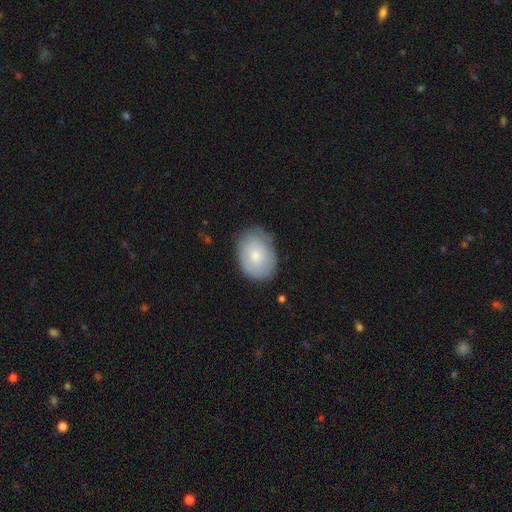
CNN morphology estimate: type=smooth (72%); roundness=in between (75%); merging=none (75%).